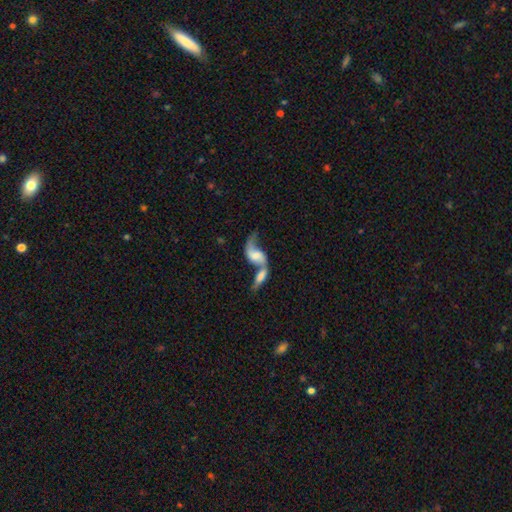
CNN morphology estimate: Smooth or featured?
  - featured or disk: 68% *
  - smooth: 25%
  - star or artifact: 7%
Edge-on disk?
  - no: 94% *
  - yes: 6%
Bar?
  - no: 53% *
  - weak: 35%
  - strong: 12%
Spiral arms?
  - yes: 83% *
  - no: 17%
Spiral winding?
  - loose: 88% *
  - medium: 9%
  - tight: 3%
Spiral arm count?
  - 2: 78% *
  - 1: 15%
  - can't tell: 4%
  - 3: 1%
  - 4: 1%
  - more than 4: 1%
Bulge size?
  - none: 29% *
  - moderate: 27%
  - small: 24%
  - large: 16%
  - dominant: 3%
Merging?
  - merger: 71% *
  - none: 14%
  - major disturbance: 9%
  - minor disturbance: 6%